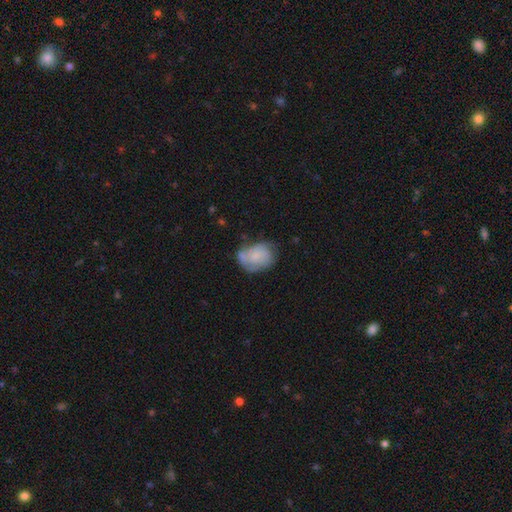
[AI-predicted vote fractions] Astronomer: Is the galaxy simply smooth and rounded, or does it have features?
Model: smooth — 54% (runner-up: featured or disk, 38%).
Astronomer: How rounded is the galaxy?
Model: in between — 68%.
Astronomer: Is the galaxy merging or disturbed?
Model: none — 47% (runner-up: minor disturbance, 31%).